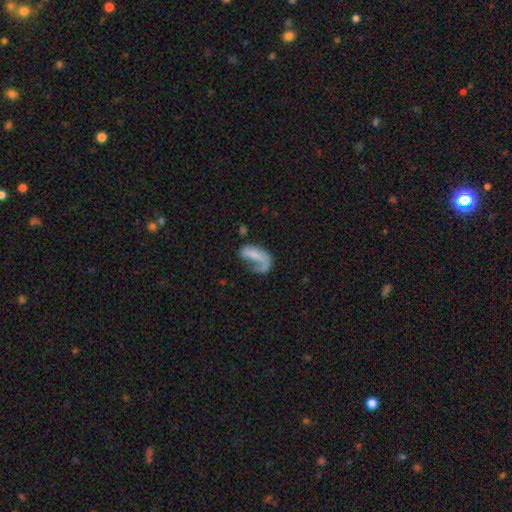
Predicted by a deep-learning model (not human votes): Overall: featured or disk (48%; smooth 44%). Merging: major disturbance (49%; none 26%).